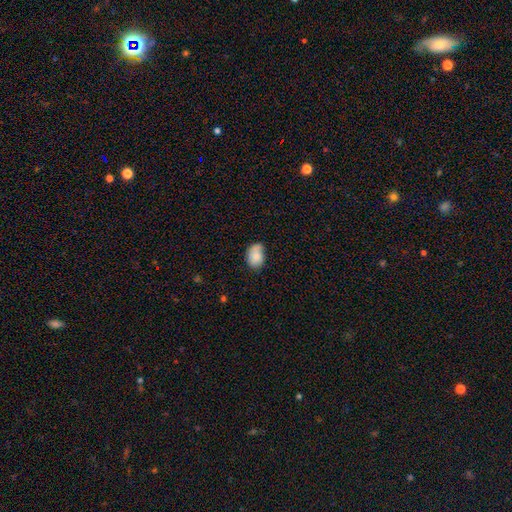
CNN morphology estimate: This appears to be a smooth galaxy with no disk features (79%) that is in between round and cigar-shaped (77%). Merging: none (54%).